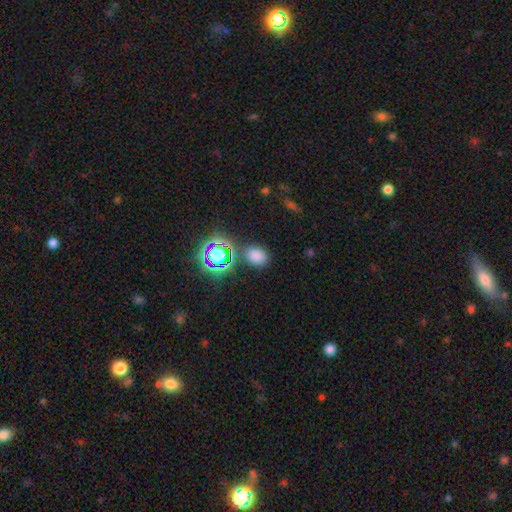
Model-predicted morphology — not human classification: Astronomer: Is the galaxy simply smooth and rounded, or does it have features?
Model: smooth — 70%.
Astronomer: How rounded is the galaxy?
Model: in between — 62% (runner-up: round, 37%).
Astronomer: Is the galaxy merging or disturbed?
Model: none — 82%.